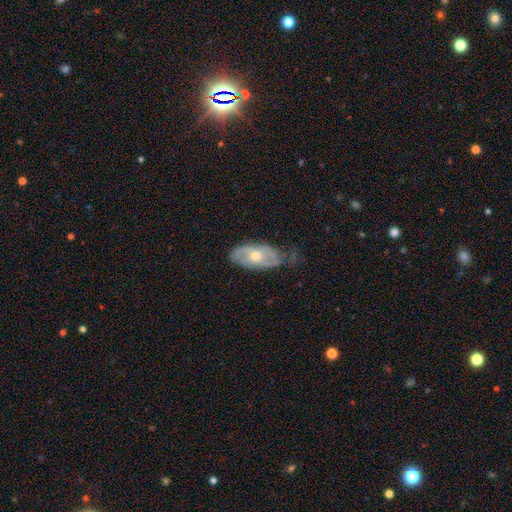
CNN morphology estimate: Smooth or featured? Predicted: featured or disk (p=0.71). Edge-on disk? Predicted: no (p=0.91). Bar? Predicted: no (p=0.72). Spiral arms? Predicted: yes (p=0.84). Spiral winding? Predicted: medium (p=0.41). Spiral arm count? Predicted: 2 (p=0.55). Bulge size? Predicted: moderate (p=0.59). Merging? Predicted: none (p=0.55).